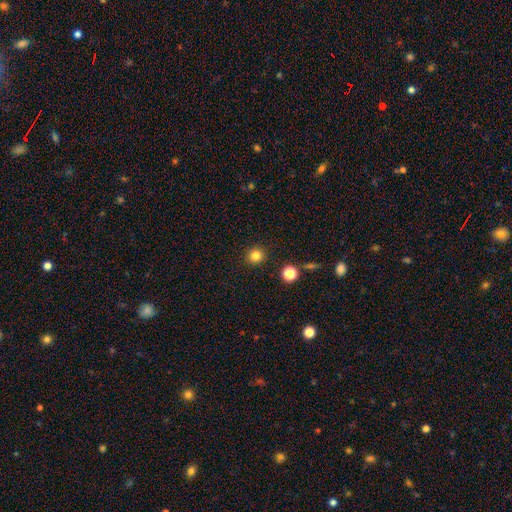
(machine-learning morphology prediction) Smooth or featured: smooth — 83% (star or artifact — 13%)
How rounded: round — 91% (in between — 9%)
Merging: none — 91% (minor disturbance — 5%)